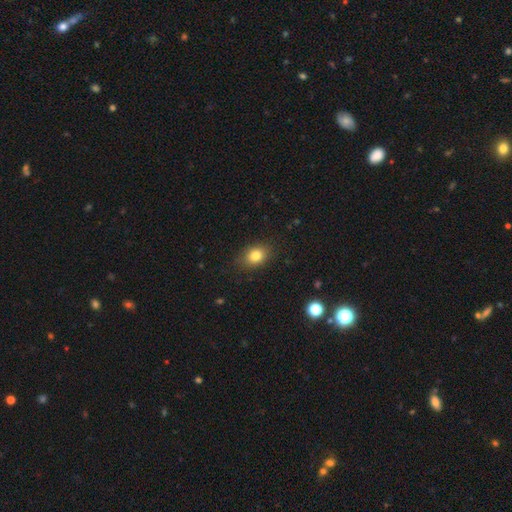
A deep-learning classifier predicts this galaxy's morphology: Q: Smooth or featured?
A: smooth (81%); runner-up: star or artifact (11%)
Q: How rounded?
A: in between (59%); runner-up: round (39%)
Q: Merging?
A: none (85%); runner-up: minor disturbance (11%)